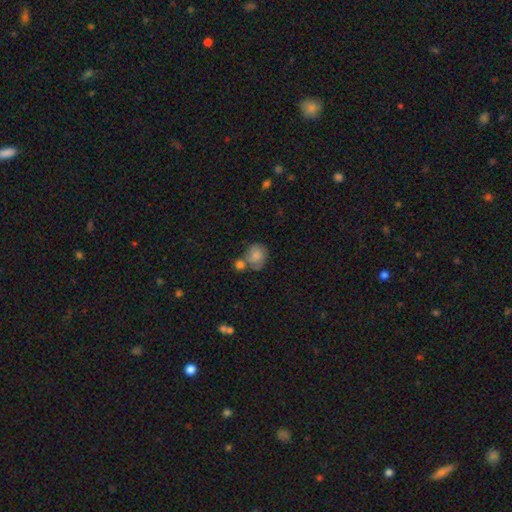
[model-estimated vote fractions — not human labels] Smooth or featured? Predicted: smooth (p=0.63). How rounded? Predicted: round (p=0.66). Merging? Predicted: none (p=0.40).